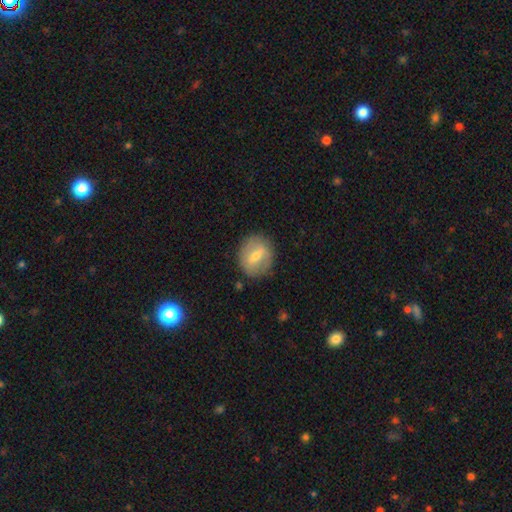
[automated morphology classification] The model was most divided on "smooth or featured": smooth: 50%, featured or disk: 43%, star or artifact: 7%. More confident: merging — none (81%); how rounded — round (62%).